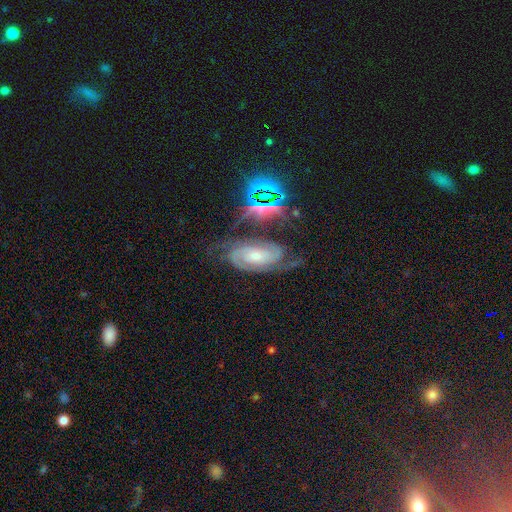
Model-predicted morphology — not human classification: Overall: featured or disk (79%). Edge-on disk: no (95%). Bar: no (61%; weak 28%). Spiral arms: yes (96%). Spiral arm count: 2 (69%). Spiral winding: tight (58%; medium 34%). Bulge size: small (50%; moderate 43%). Merging: none (62%).